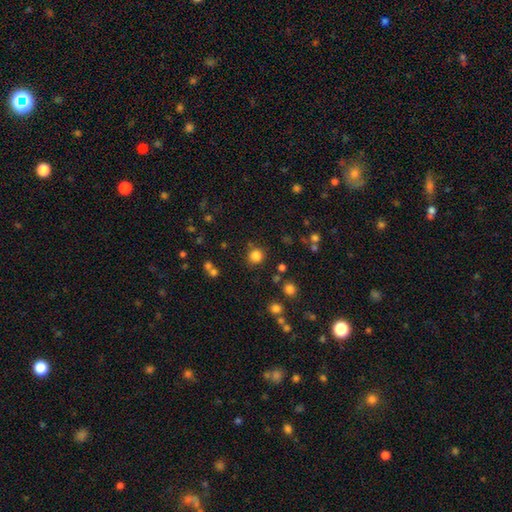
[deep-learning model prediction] Smooth or featured: smooth — 81% (star or artifact — 14%)
How rounded: round — 91% (in between — 8%)
Merging: none — 83% (minor disturbance — 8%)